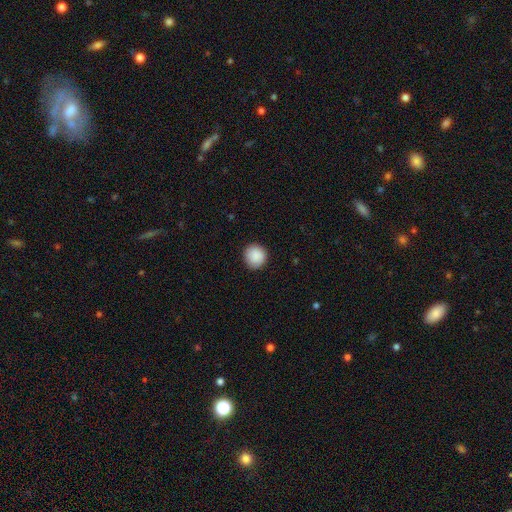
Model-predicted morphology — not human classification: Smooth or featured? Predicted: smooth (p=0.89). How rounded? Predicted: round (p=0.93). Merging? Predicted: none (p=0.90).